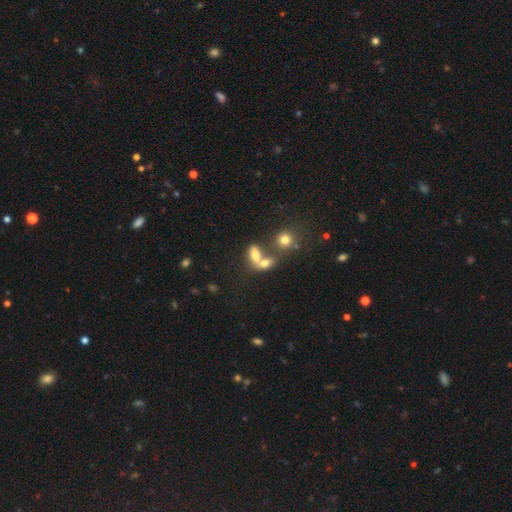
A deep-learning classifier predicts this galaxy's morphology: Smooth or featured: smooth — 71% (featured or disk — 16%)
How rounded: in between — 79% (round — 16%)
Merging: merger — 58% (none — 26%)